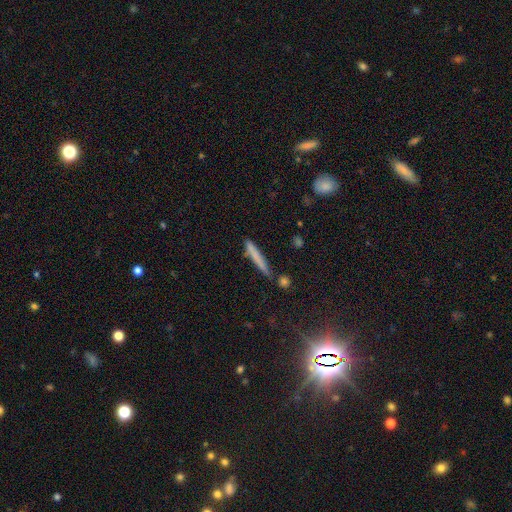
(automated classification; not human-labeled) smooth_or_featured: smooth (p=0.69) [alt: featured or disk p=0.23]
how_rounded: cigar-shaped (p=0.95) [alt: in between p=0.03]
merging: none (p=0.81) [alt: minor disturbance p=0.12]